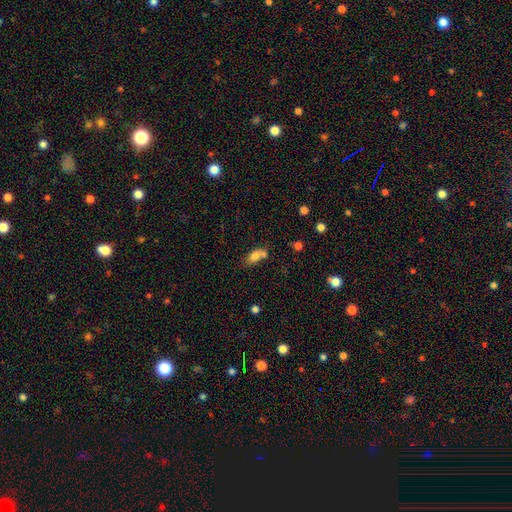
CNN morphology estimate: Smooth or featured?
  - smooth: 77% *
  - featured or disk: 13%
  - star or artifact: 11%
How rounded?
  - in between: 81% *
  - round: 11%
  - cigar-shaped: 8%
Merging?
  - none: 40% *
  - merger: 38%
  - minor disturbance: 16%
  - major disturbance: 6%